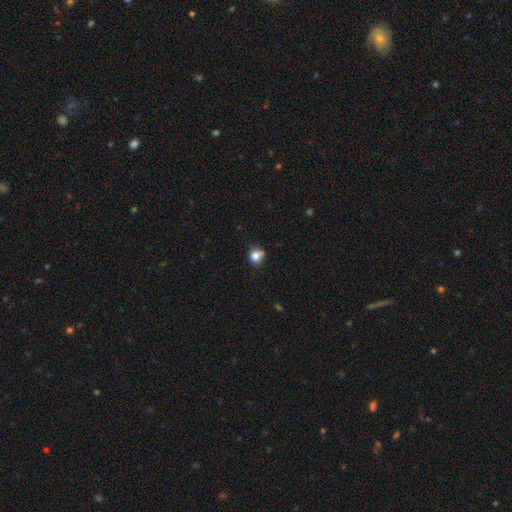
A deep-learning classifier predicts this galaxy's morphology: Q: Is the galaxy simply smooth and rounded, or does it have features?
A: smooth — 80%.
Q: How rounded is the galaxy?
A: round — 79%.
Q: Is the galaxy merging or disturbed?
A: none — 62%.